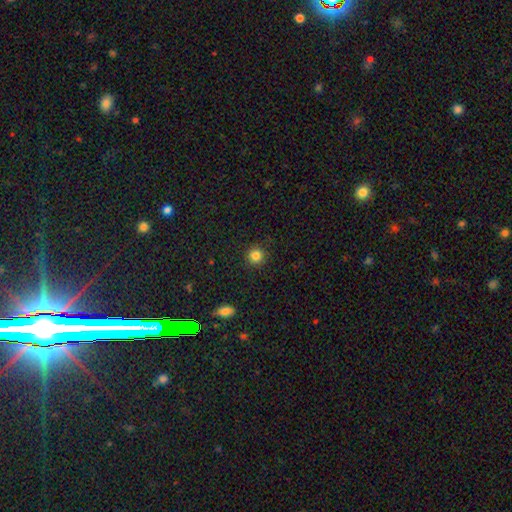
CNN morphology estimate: This is clearly a smooth galaxy (84%). How rounded: clearly round (93%). Merging: clearly none (91%).